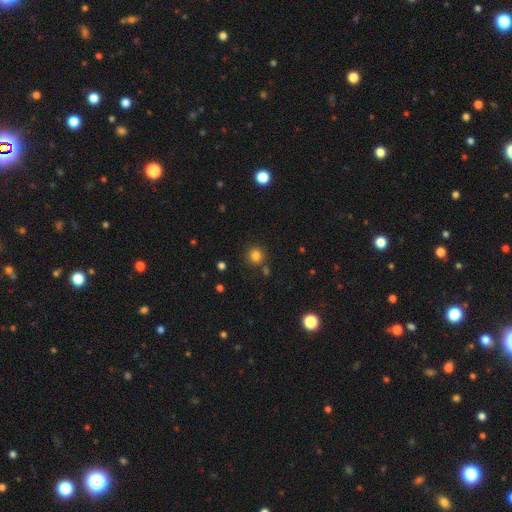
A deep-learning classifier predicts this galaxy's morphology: Smooth or featured?
  - smooth: 82% *
  - star or artifact: 14%
  - featured or disk: 5%
How rounded?
  - round: 92% *
  - in between: 8%
  - cigar-shaped: 1%
Merging?
  - none: 83% *
  - minor disturbance: 8%
  - merger: 6%
  - major disturbance: 3%